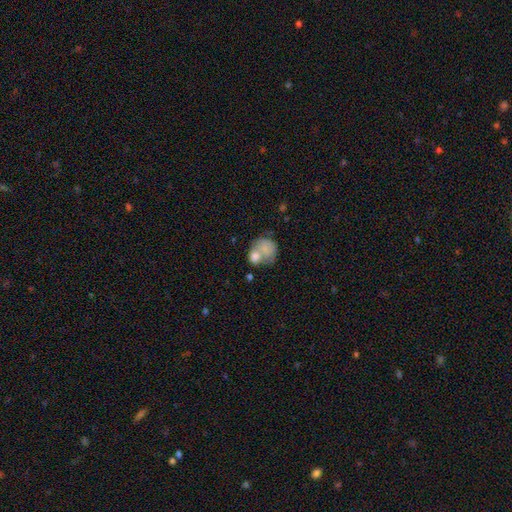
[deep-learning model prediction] smooth 72%, featured or disk 20%, star or artifact 8%. Down the decision tree: how rounded — round (66%); merging — merger (52%).